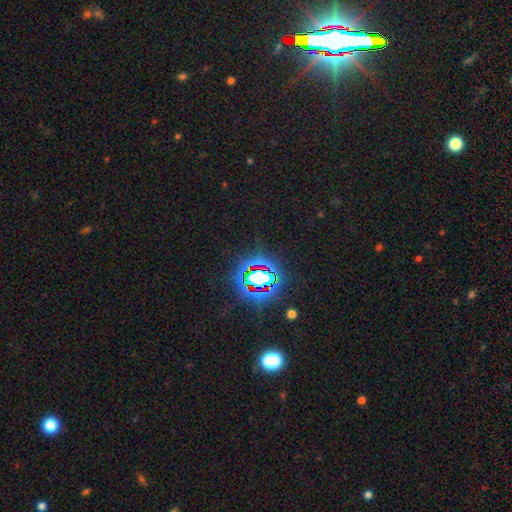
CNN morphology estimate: Q: Smooth or featured?
A: star or artifact (83%); runner-up: smooth (9%)